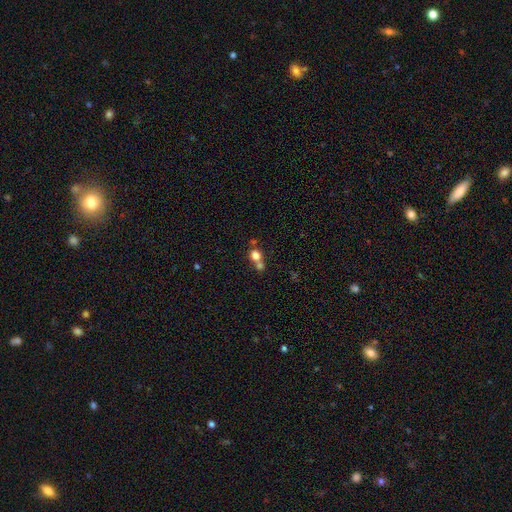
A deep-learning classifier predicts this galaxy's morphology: The model was most divided on "merging": merger: 55%, none: 36%, minor disturbance: 6%, major disturbance: 4%. More confident: how rounded — round (80%); smooth or featured — smooth (76%).